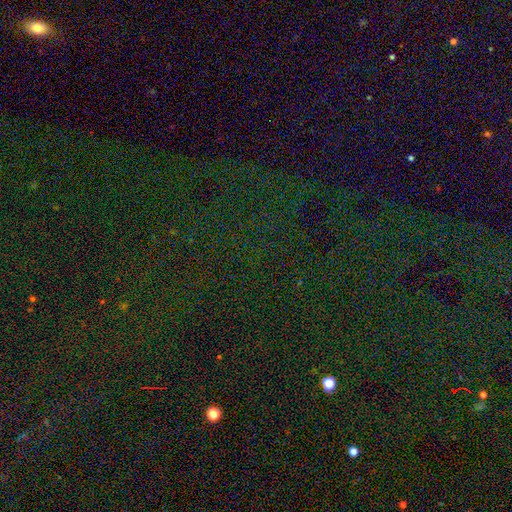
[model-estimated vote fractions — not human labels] Smooth or featured? star or artifact (82%)